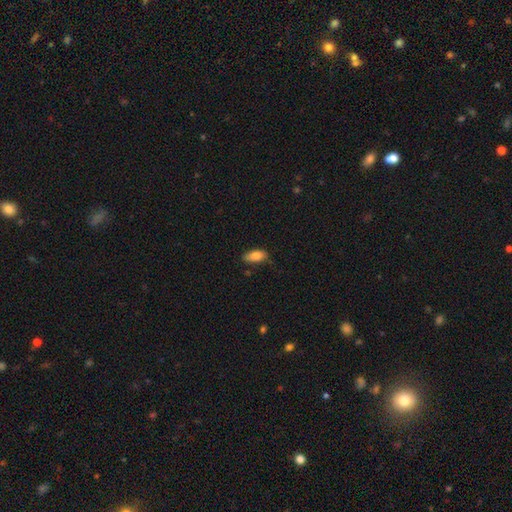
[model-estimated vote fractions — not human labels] This appears to be a smooth galaxy with no disk features (84%) that is in between round and cigar-shaped (89%). Merging: none (68%).